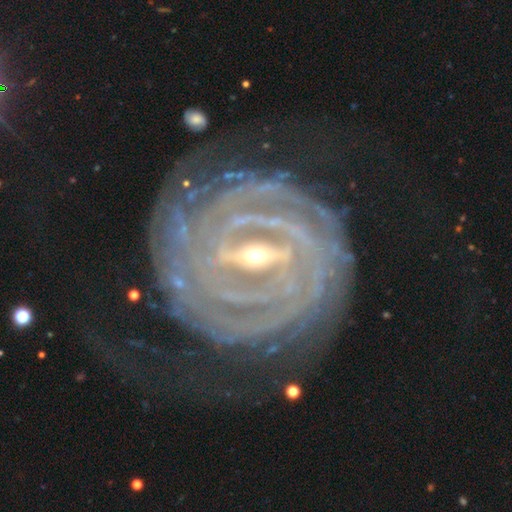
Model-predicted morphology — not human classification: This appears to be a featured or disk galaxy (91%) with a strong bar (64%), more than 4 (23%) tight (89%) spiral arms (98%) and a small central bulge (56%). Merging: none (78%).